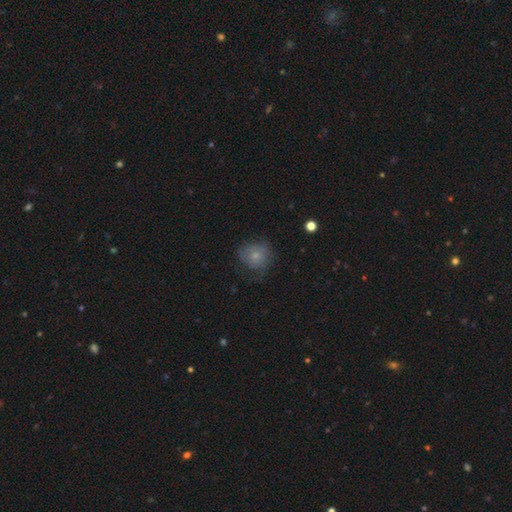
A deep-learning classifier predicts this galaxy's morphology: Overall: smooth (74%). How rounded: round (78%). Merging: none (56%; minor disturbance 28%).